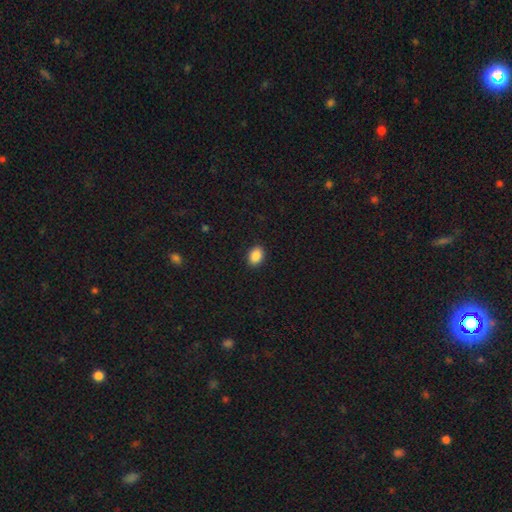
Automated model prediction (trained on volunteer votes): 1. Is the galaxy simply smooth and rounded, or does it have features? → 88% smooth, 8% star or artifact, 3% featured or disk.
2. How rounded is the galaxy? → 74% in between, 25% round, 1% cigar-shaped.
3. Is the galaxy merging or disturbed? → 91% none, 6% minor disturbance, 2% major disturbance, 1% merger.